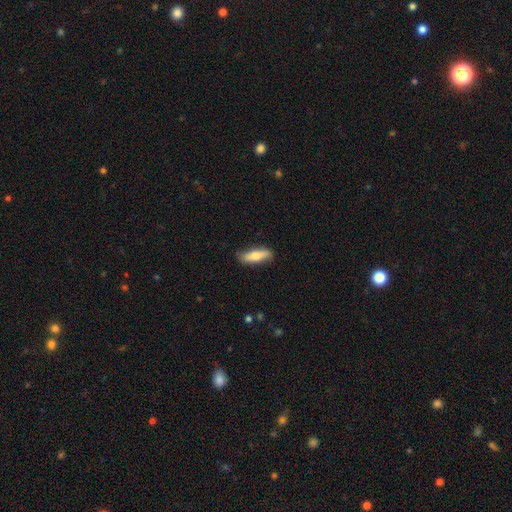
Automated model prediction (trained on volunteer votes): A smooth galaxy with no disk features (67%) that is cigar-shaped (52%).

Vote fractions:
- Smooth or featured? smooth: 67% / featured or disk: 27% / star or artifact: 6%
- How rounded? cigar-shaped: 52% / in between: 46% / round: 2%
- Merging? none: 81% / minor disturbance: 15% / major disturbance: 3% / merger: 1%